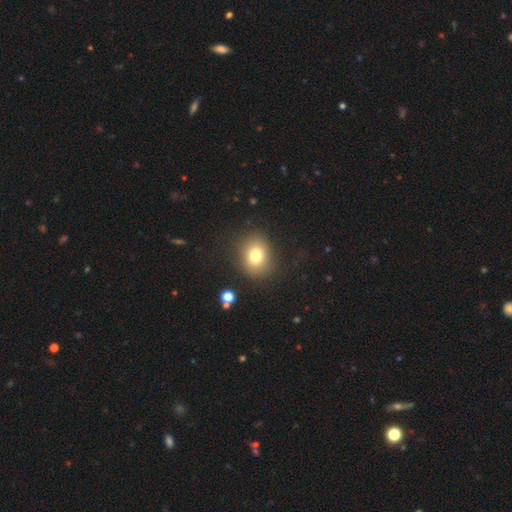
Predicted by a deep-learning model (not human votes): A smooth galaxy with no disk features (77%) that is round (58%). Merging: none (83%).